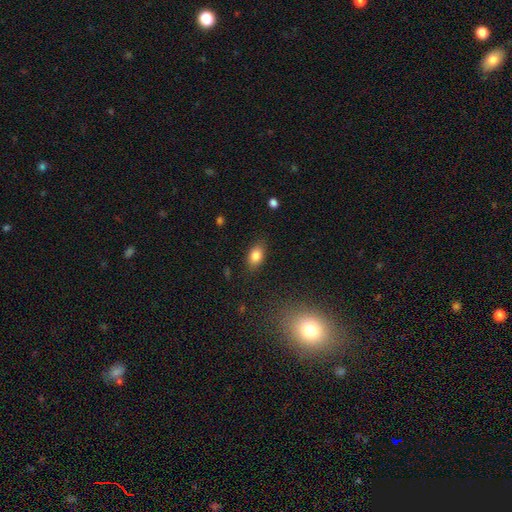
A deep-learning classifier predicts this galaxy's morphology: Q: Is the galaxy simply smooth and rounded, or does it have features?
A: smooth — 82%.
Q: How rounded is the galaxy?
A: in between — 86%.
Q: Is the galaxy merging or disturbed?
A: none — 84%.